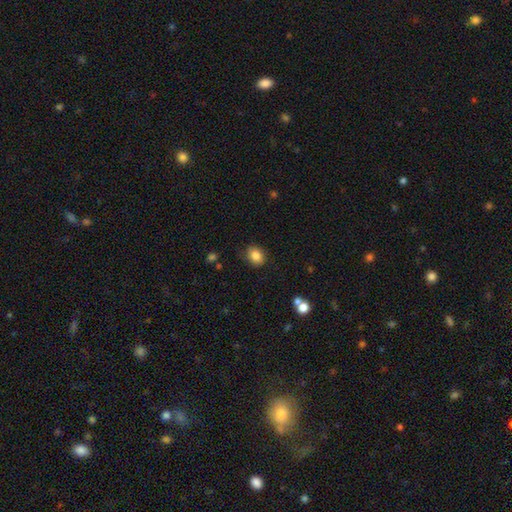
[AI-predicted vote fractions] Smooth or featured: smooth — 85% (star or artifact — 9%)
How rounded: in between — 56% (round — 43%)
Merging: none — 82% (minor disturbance — 13%)